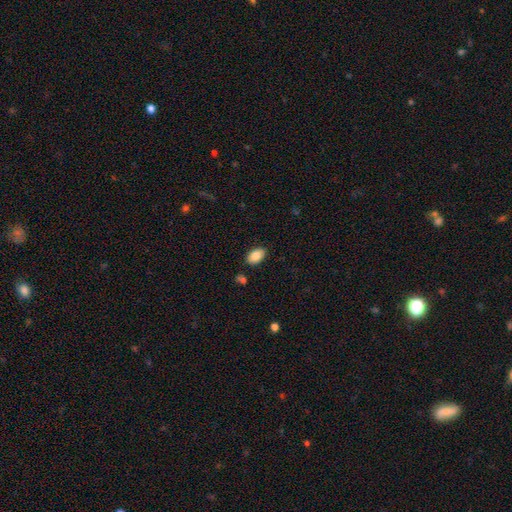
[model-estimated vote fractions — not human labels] Smooth or featured? smooth (87%)
How rounded? in between (93%)
Merging? none (85%)